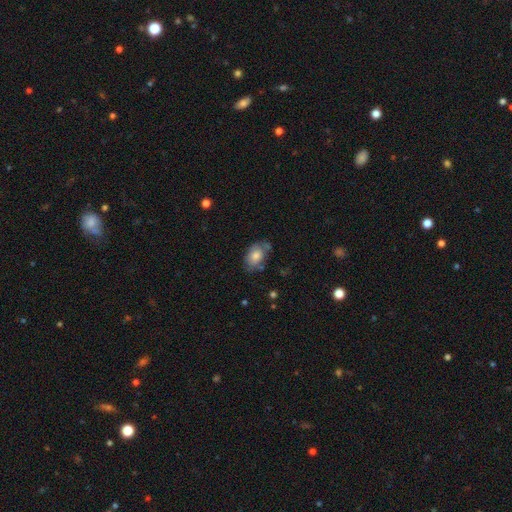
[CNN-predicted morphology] The model was most divided on "merging": none: 62%, minor disturbance: 25%, major disturbance: 7%, merger: 6%. More confident: how rounded — in between (85%); smooth or featured — smooth (70%).